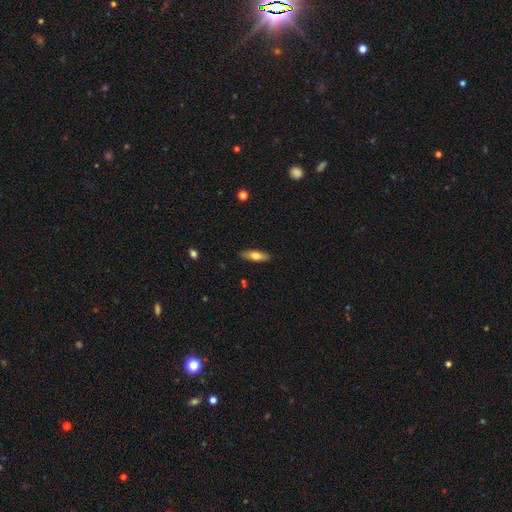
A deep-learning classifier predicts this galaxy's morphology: Smooth or featured? Predicted: smooth (p=0.67). How rounded? Predicted: in between (p=0.53). Merging? Predicted: none (p=0.87).